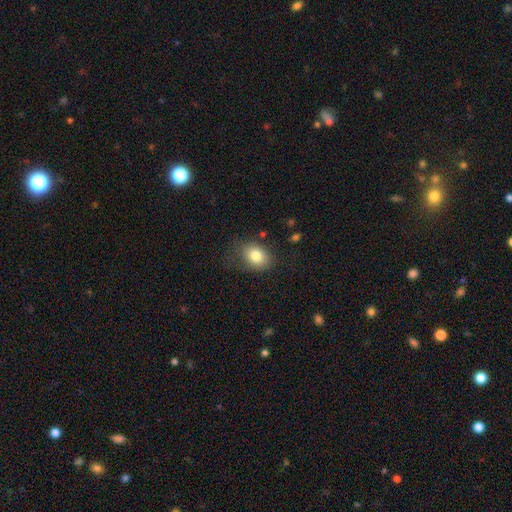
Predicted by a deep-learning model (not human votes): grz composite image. It shows a smooth galaxy with no disk features (81%) that is in between round and cigar-shaped (68%). Merging: none (65%).